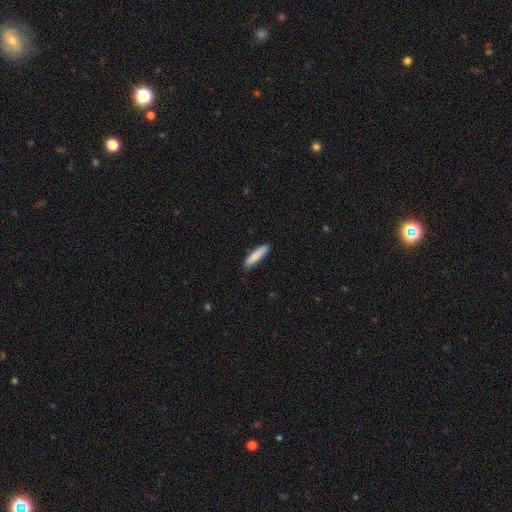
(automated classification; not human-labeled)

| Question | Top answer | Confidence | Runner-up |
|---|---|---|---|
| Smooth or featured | smooth | 85% | featured or disk (9%) |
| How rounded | cigar-shaped | 80% | in between (18%) |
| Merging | none | 86% | minor disturbance (12%) |